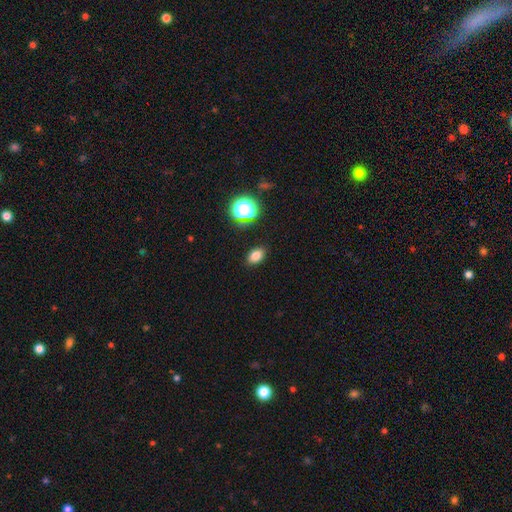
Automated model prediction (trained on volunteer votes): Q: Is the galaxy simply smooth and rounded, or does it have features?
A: smooth — 80%.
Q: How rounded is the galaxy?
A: in between — 81%.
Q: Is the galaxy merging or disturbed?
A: none — 88%.